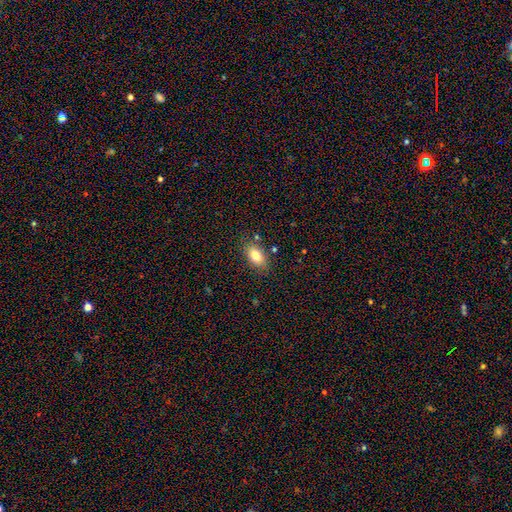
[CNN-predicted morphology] smooth-or-featured: smooth: 80% | featured or disk: 11% | star or artifact: 9%
  how-rounded: in between: 88% | round: 9% | cigar-shaped: 3%
  merging: none: 81% | minor disturbance: 13% | merger: 3% | major disturbance: 3%